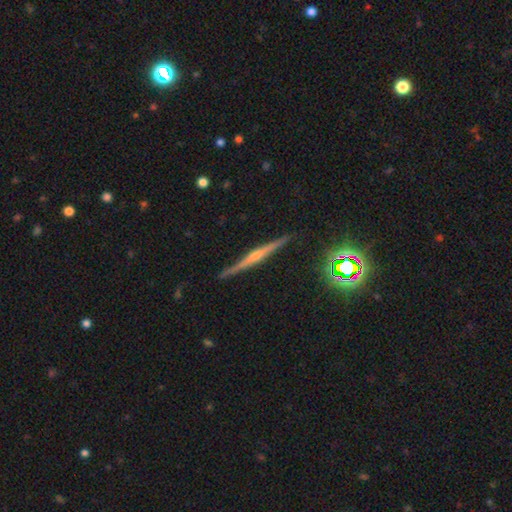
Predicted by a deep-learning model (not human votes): This is likely a featured or disk galaxy (73%). It is clearly viewed edge-on (98%). Edge-on bulge: likely rounded (68%). Merging: clearly none (89%).